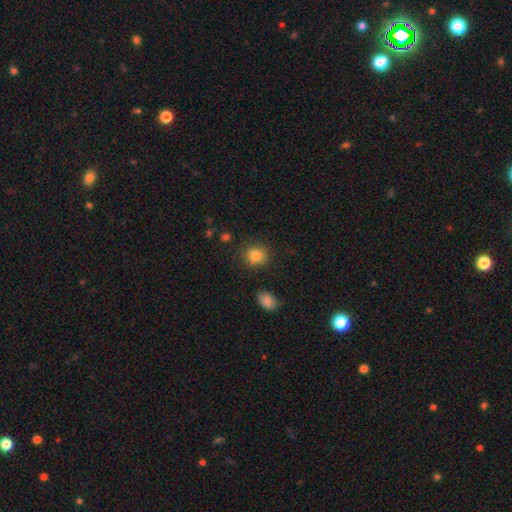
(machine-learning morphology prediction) Overall: smooth (83%). How rounded: round (79%). Merging: none (83%).